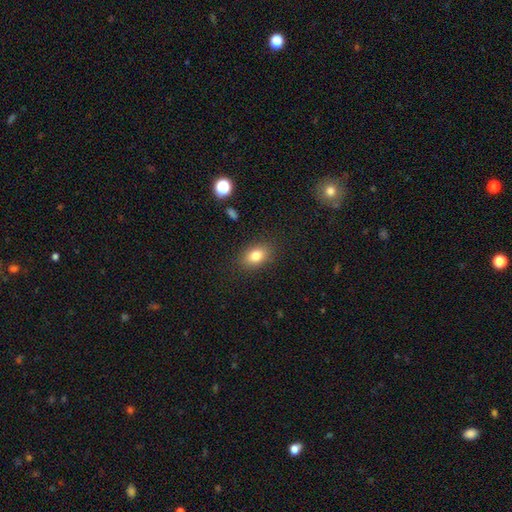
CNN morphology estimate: Smooth or featured?
  - smooth: 81% *
  - star or artifact: 10%
  - featured or disk: 10%
How rounded?
  - in between: 80% *
  - round: 18%
  - cigar-shaped: 2%
Merging?
  - none: 86% *
  - minor disturbance: 10%
  - major disturbance: 3%
  - merger: 1%